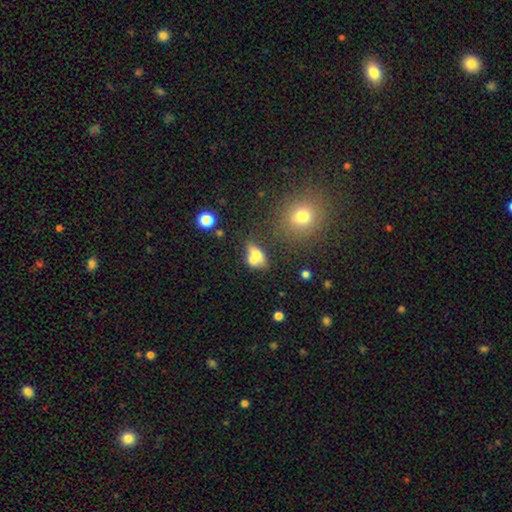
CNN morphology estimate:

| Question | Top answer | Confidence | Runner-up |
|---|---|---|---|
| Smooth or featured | smooth | 65% | featured or disk (23%) |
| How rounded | in between | 70% | round (23%) |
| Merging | merger | 50% | none (29%) |